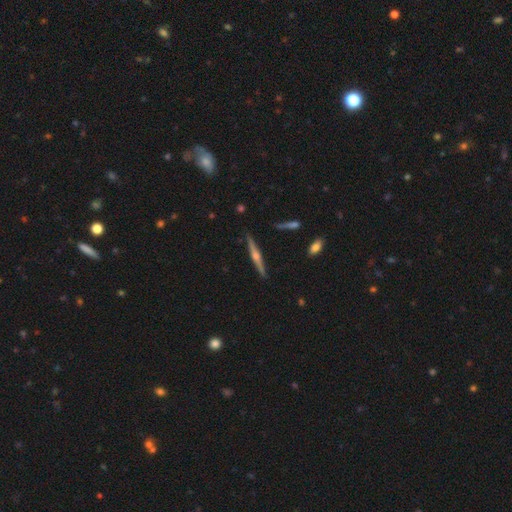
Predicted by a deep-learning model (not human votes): Smooth or featured: featured or disk — 78% (smooth — 15%)
Edge-on disk: yes — 98% (no — 2%)
Edge-on bulge: rounded — 89% (none — 5%)
Merging: none — 90% (minor disturbance — 7%)